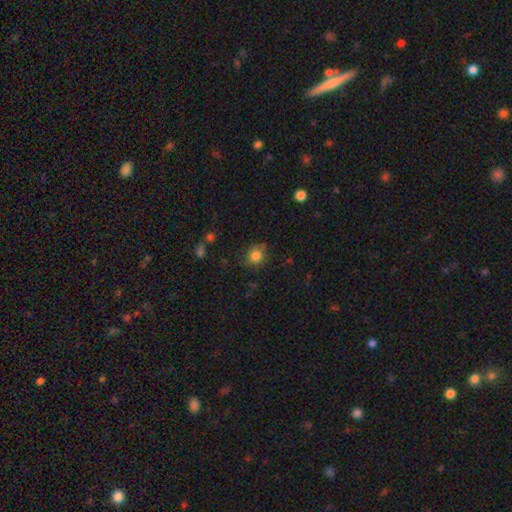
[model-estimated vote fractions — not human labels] Morphology: type=smooth (82%); roundness=round (84%); merging=none (74%).